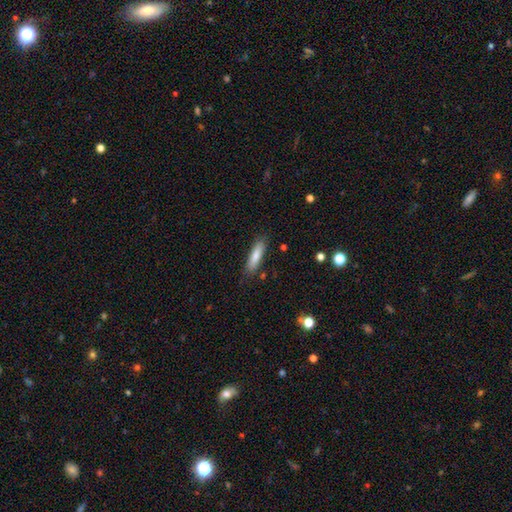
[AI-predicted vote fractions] smooth 79%, featured or disk 15%, star or artifact 6%. Down the decision tree: how rounded — cigar-shaped (69%); merging — none (82%).